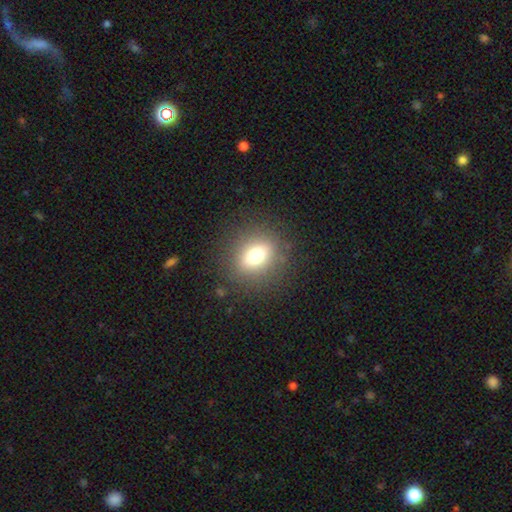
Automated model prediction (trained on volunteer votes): smooth 68%, featured or disk 16%, star or artifact 16%. Down the decision tree: how rounded — round (64%); merging — none (86%).